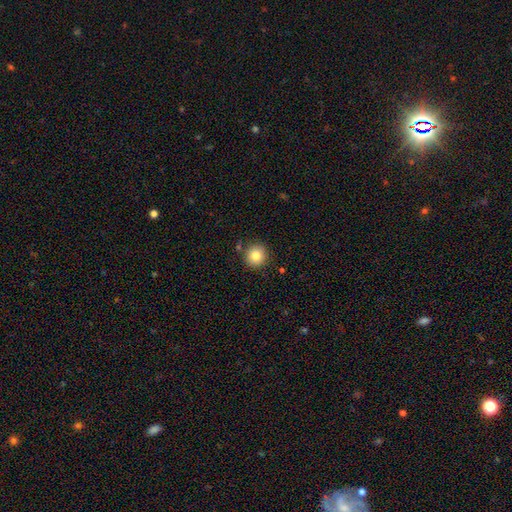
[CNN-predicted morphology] type=smooth (83%); roundness=round (93%); merging=none (87%).